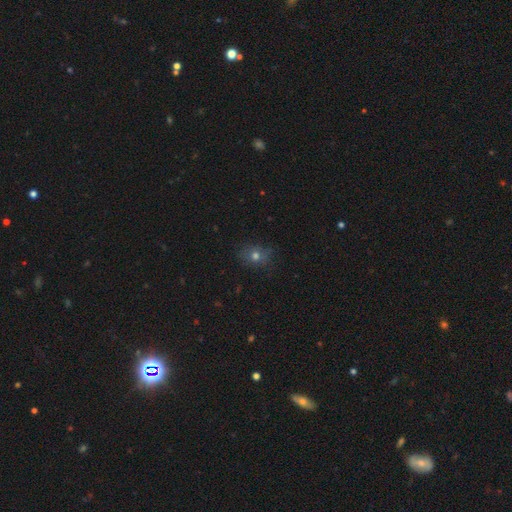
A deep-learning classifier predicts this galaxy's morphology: Smooth or featured?
  - smooth: 66% *
  - star or artifact: 19%
  - featured or disk: 14%
How rounded?
  - round: 57% *
  - in between: 42%
  - cigar-shaped: 2%
Merging?
  - none: 76% *
  - minor disturbance: 17%
  - major disturbance: 5%
  - merger: 2%